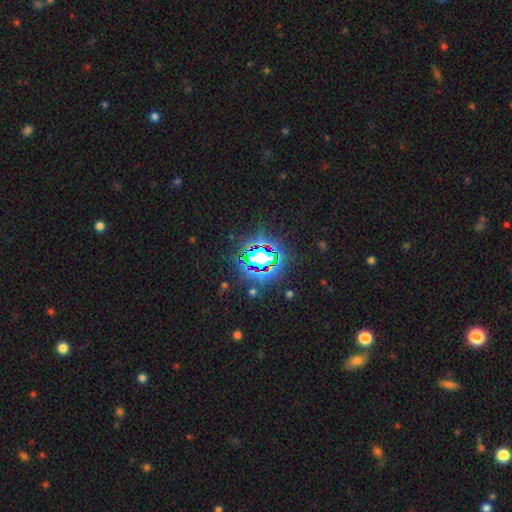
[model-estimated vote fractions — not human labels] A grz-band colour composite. It shows a star or artifact, not a galaxy (79%).